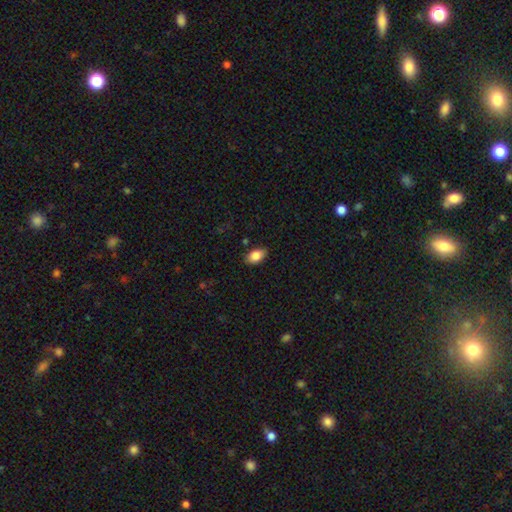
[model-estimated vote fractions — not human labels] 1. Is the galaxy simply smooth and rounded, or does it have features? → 85% smooth, 8% featured or disk, 7% star or artifact.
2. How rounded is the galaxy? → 91% in between, 7% round, 2% cigar-shaped.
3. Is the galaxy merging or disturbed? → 85% none, 12% minor disturbance, 2% major disturbance, 1% merger.